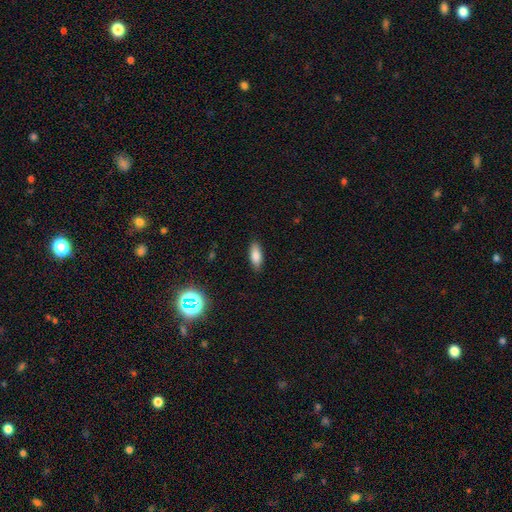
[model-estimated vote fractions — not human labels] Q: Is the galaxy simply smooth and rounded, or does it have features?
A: smooth — 82%.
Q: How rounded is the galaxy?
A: in between — 74%.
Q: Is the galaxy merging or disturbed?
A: none — 88%.